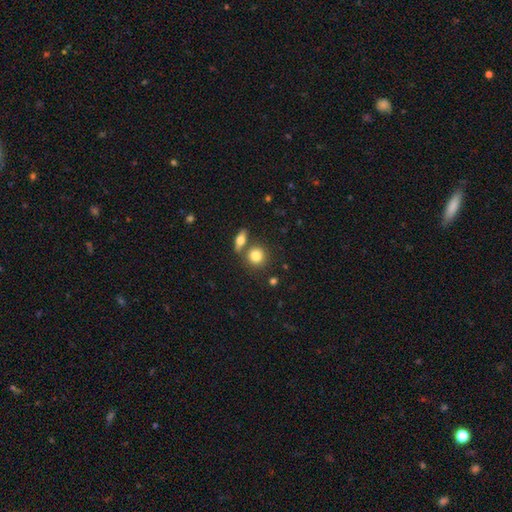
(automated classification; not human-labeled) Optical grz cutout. It shows a smooth galaxy with no disk features (79%) that is round (84%). Merging: none (70%).